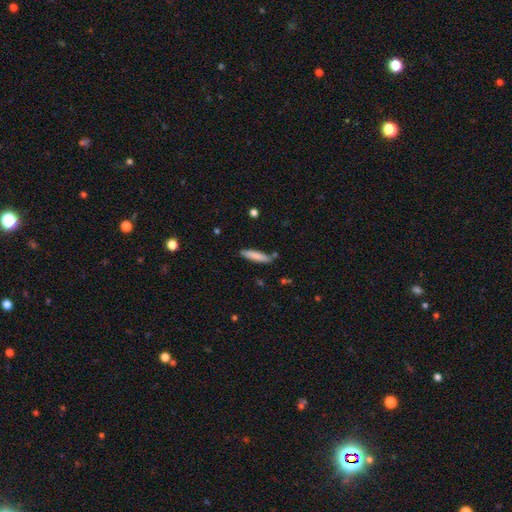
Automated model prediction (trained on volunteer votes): Smooth or featured?
  - smooth: 80% *
  - featured or disk: 14%
  - star or artifact: 6%
How rounded?
  - cigar-shaped: 83% *
  - in between: 15%
  - round: 1%
Merging?
  - none: 77% *
  - minor disturbance: 15%
  - merger: 5%
  - major disturbance: 3%